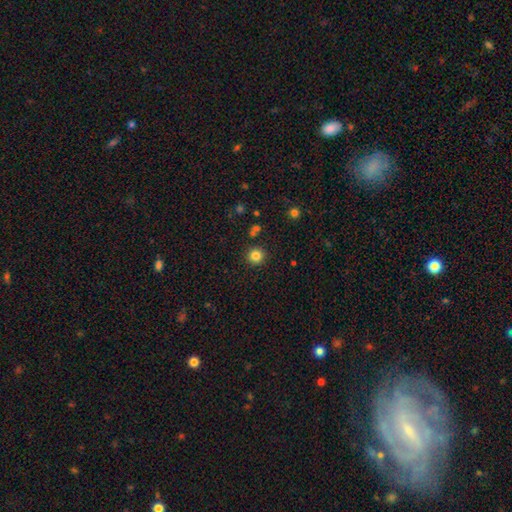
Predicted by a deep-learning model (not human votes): smooth_or_featured: smooth (p=0.83) [alt: star or artifact p=0.12]
how_rounded: round (p=0.94) [alt: in between p=0.05]
merging: none (p=0.89) [alt: minor disturbance p=0.06]